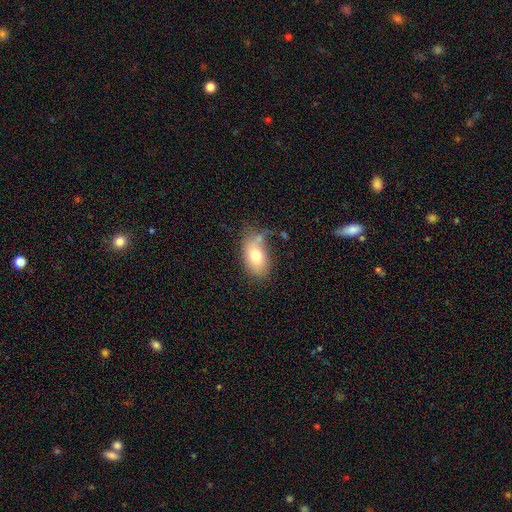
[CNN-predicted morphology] smooth 72%, featured or disk 19%, star or artifact 8%. Down the decision tree: how rounded — in between (88%); merging — none (49%).